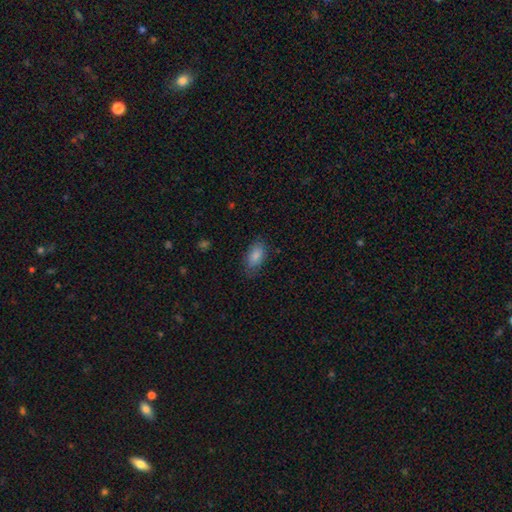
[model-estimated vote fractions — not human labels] Smooth or featured?
  - smooth: 85% *
  - featured or disk: 9%
  - star or artifact: 7%
How rounded?
  - in between: 93% *
  - round: 4%
  - cigar-shaped: 3%
Merging?
  - none: 78% *
  - minor disturbance: 17%
  - major disturbance: 4%
  - merger: 1%